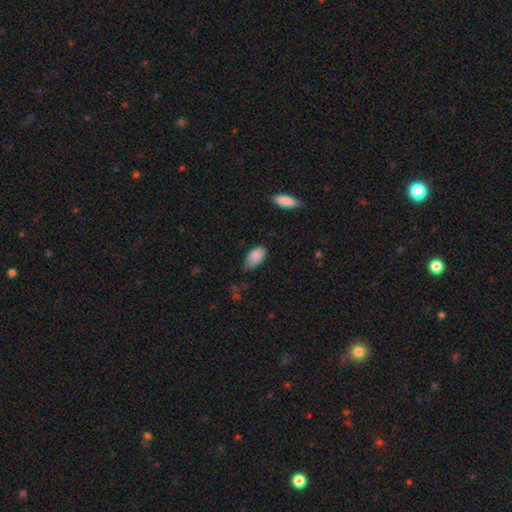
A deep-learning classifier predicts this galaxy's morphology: A smooth galaxy with no disk features (87%) that is in between round and cigar-shaped (94%). Merging: none (57%).